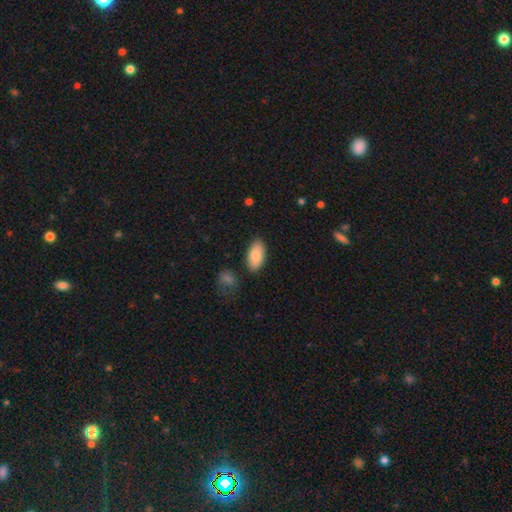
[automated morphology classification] Smooth or featured? smooth (86%)
How rounded? in between (93%)
Merging? none (83%)